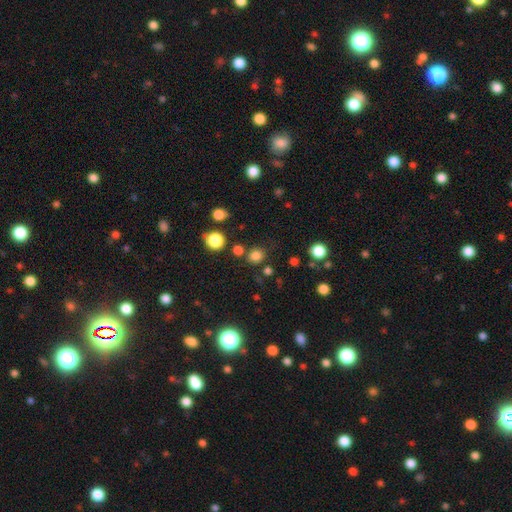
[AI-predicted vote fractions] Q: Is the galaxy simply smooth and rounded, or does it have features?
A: smooth — 78%.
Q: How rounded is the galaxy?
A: round — 82%.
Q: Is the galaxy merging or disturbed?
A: none — 80%.